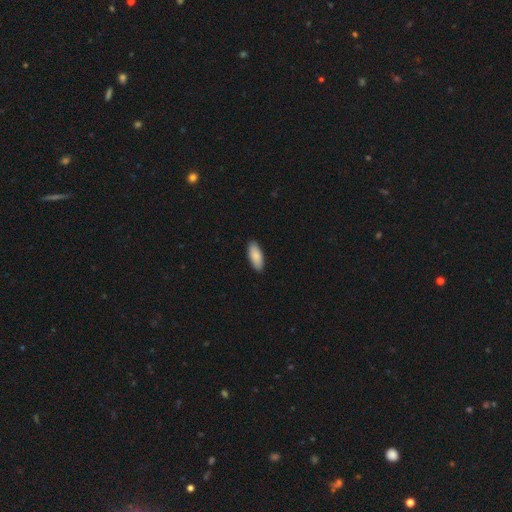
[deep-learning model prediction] Q: Smooth or featured?
A: smooth (88%); runner-up: featured or disk (7%)
Q: How rounded?
A: in between (82%); runner-up: cigar-shaped (16%)
Q: Merging?
A: none (90%); runner-up: minor disturbance (7%)